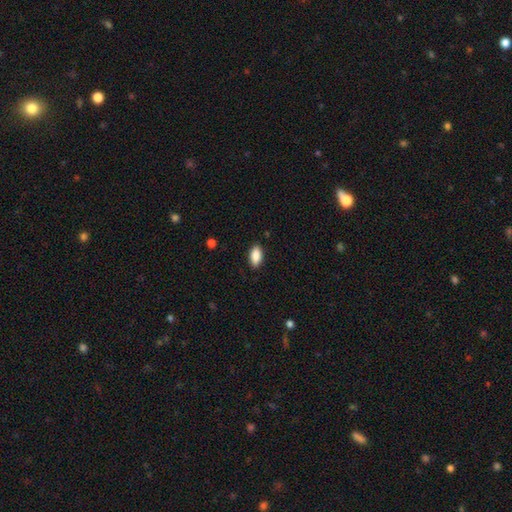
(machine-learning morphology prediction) A smooth galaxy with no disk features (89%) that is in between round and cigar-shaped (92%). Merging: none (87%).